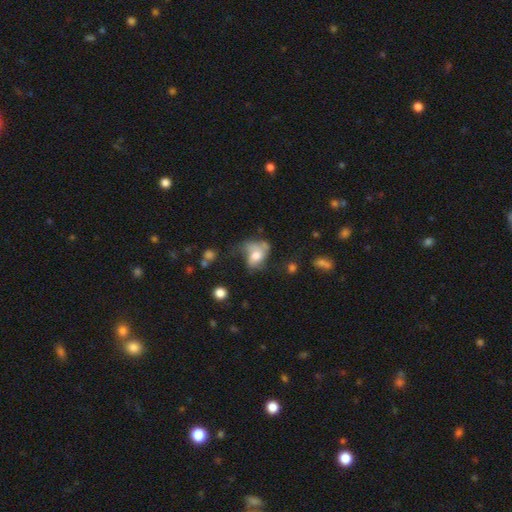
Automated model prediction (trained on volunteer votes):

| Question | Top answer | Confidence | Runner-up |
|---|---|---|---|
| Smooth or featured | smooth | 50% | featured or disk (41%) |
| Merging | major disturbance | 37% | none (28%) |